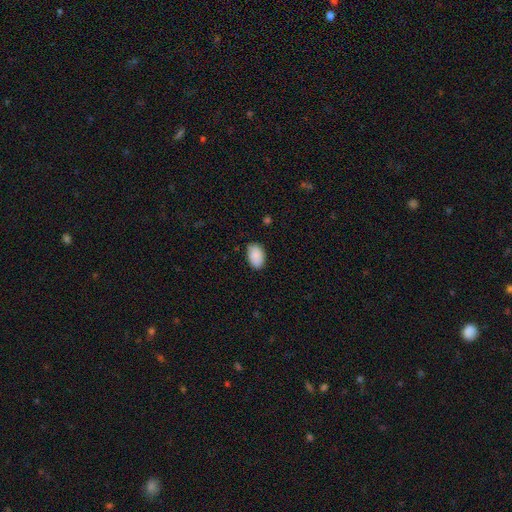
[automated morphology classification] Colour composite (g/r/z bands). It shows a smooth galaxy with no disk features (90%) that is in between round and cigar-shaped (91%). Merging: none (83%).